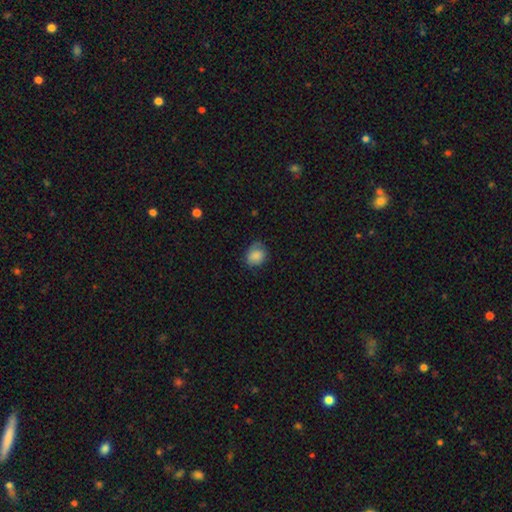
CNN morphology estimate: Smooth or featured? smooth (81%)
How rounded? round (55%)
Merging? none (63%)